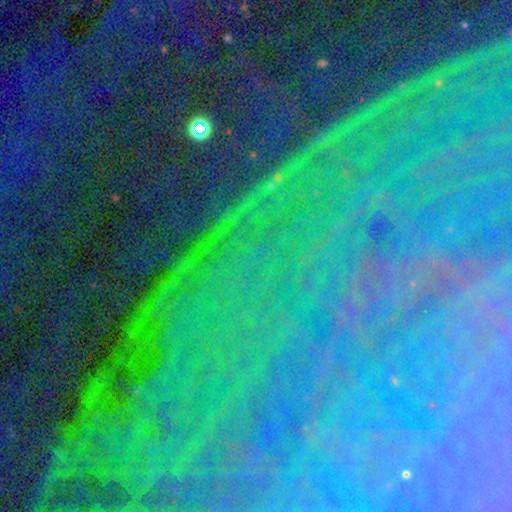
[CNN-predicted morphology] star or artifact 82%, featured or disk 10%, smooth 8%.